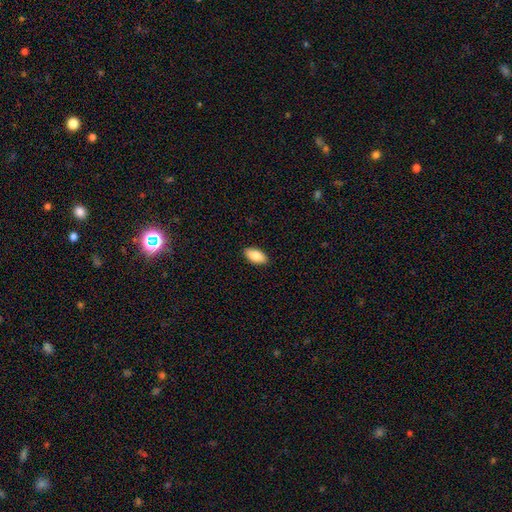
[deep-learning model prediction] Smooth or featured? smooth (86%)
How rounded? in between (94%)
Merging? none (90%)